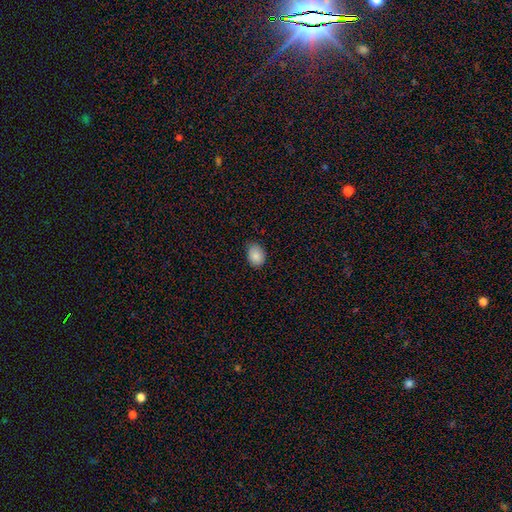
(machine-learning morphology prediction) The model was most divided on "how rounded": in between: 64%, round: 35%, cigar-shaped: 1%. More confident: smooth or featured — smooth (87%); merging — none (75%).